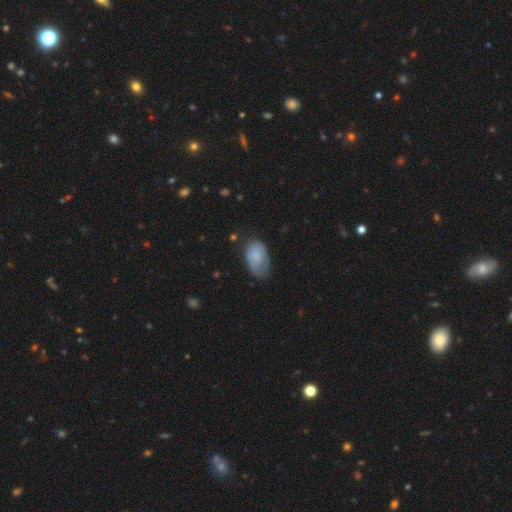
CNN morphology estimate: type=smooth (73%); roundness=in between (92%); merging=none (50%).